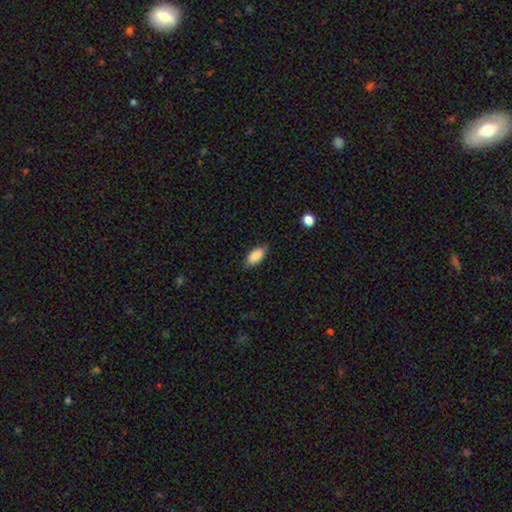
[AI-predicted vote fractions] Morphology: type=smooth (88%); roundness=in between (90%); merging=none (82%).